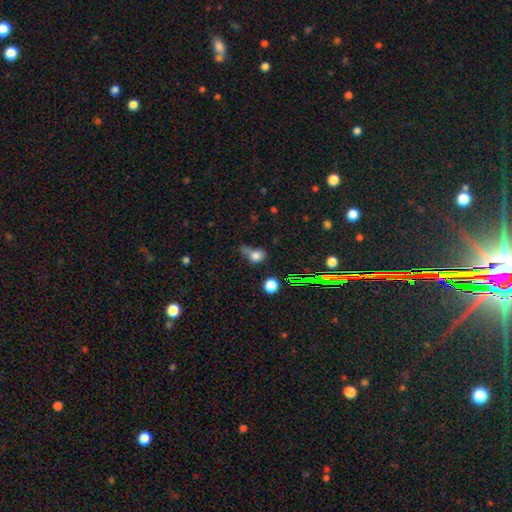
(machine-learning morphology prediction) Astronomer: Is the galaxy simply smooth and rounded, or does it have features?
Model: smooth — 76%.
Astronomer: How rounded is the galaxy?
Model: round — 50% (runner-up: in between, 48%).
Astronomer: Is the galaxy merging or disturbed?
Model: none — 36% (runner-up: minor disturbance, 27%).